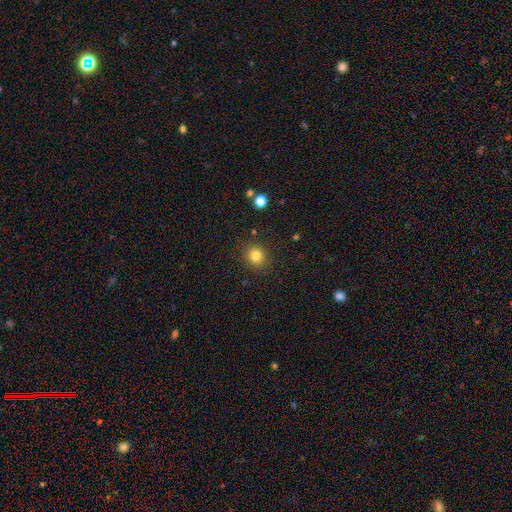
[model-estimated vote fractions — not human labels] Overall: smooth (82%). How rounded: round (82%). Merging: none (88%).